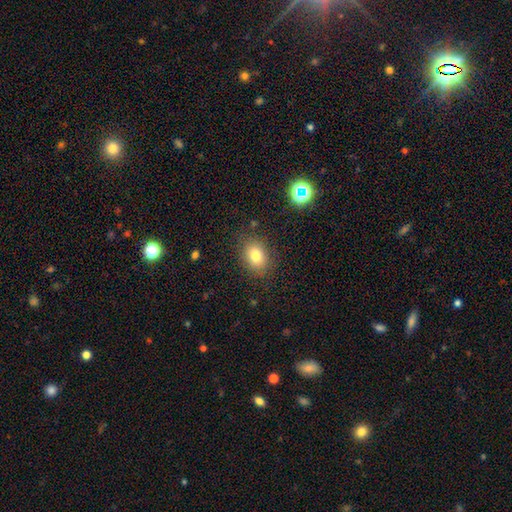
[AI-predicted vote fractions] Smooth or featured? smooth (79%)
How rounded? in between (63%)
Merging? none (83%)